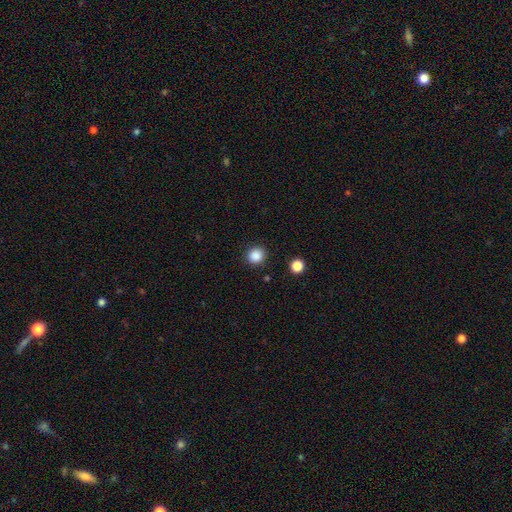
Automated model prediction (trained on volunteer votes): Morphology: type=smooth (87%); roundness=round (91%); merging=none (90%).